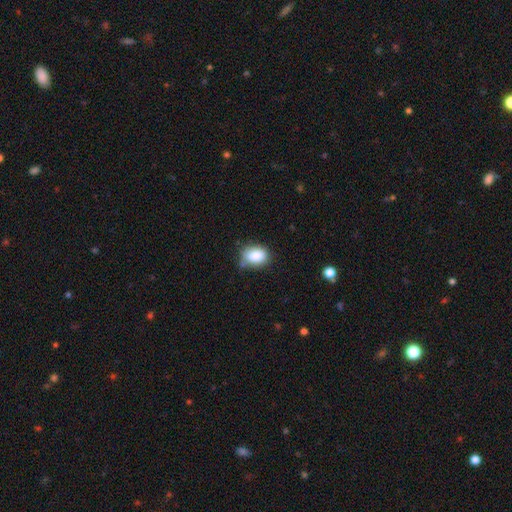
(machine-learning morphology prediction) smooth 85%, star or artifact 8%, featured or disk 7%. Down the decision tree: how rounded — in between (78%); merging — none (68%).